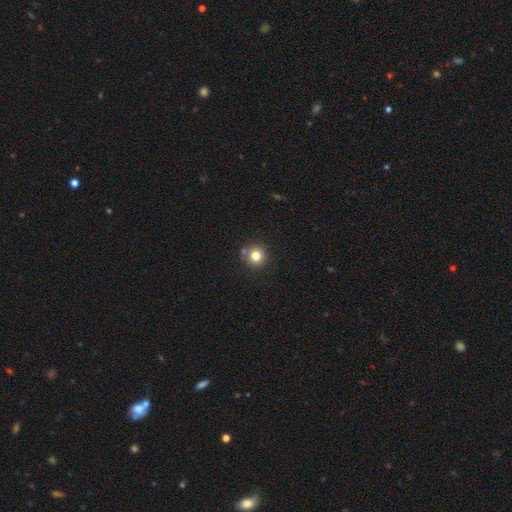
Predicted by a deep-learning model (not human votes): smooth_or_featured: smooth (p=0.80) [alt: star or artifact p=0.12]
how_rounded: round (p=0.93) [alt: in between p=0.07]
merging: none (p=0.80) [alt: minor disturbance p=0.09]